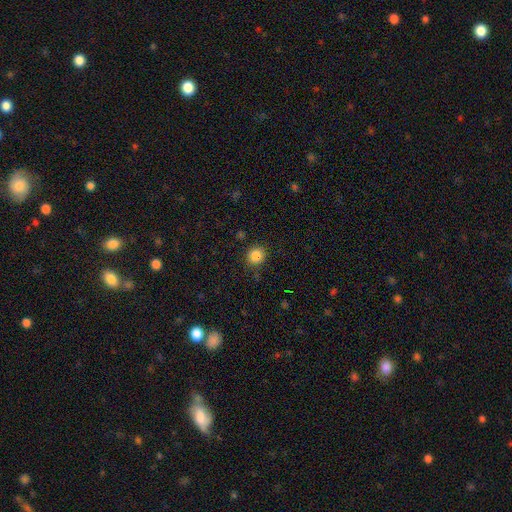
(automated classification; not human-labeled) Morphology: type=smooth (85%); roundness=round (85%); merging=none (88%).